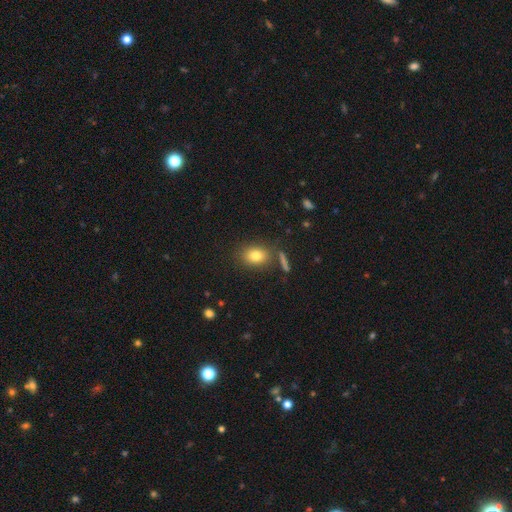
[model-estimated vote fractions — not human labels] Smooth or featured?
  - smooth: 80% *
  - star or artifact: 10%
  - featured or disk: 10%
How rounded?
  - in between: 66% *
  - round: 32%
  - cigar-shaped: 2%
Merging?
  - none: 77% *
  - minor disturbance: 11%
  - merger: 7%
  - major disturbance: 4%